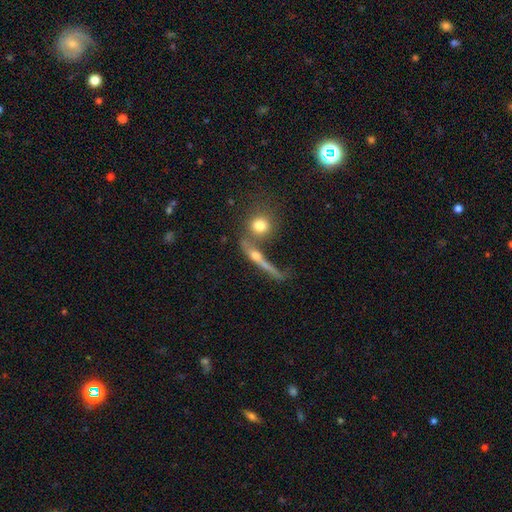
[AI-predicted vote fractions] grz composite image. It shows a featured or disk galaxy (50%). Merging: none (47%).